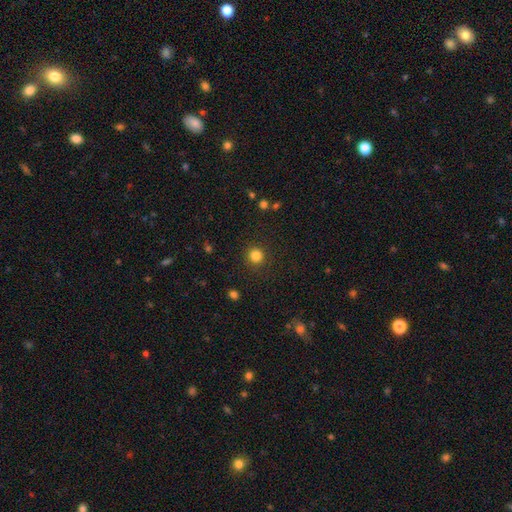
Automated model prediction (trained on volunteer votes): smooth 83%, star or artifact 12%, featured or disk 4%. Down the decision tree: how rounded — round (94%); merging — none (91%).